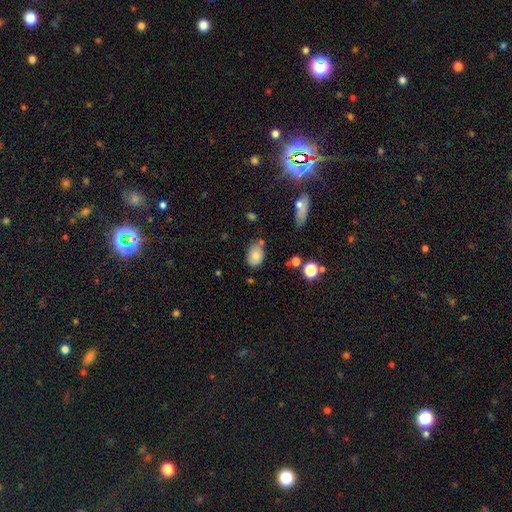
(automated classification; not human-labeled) smooth_or_featured: smooth (p=0.72) [alt: featured or disk p=0.18]
how_rounded: in between (p=0.74) [alt: round p=0.25]
merging: none (p=0.68) [alt: minor disturbance p=0.21]